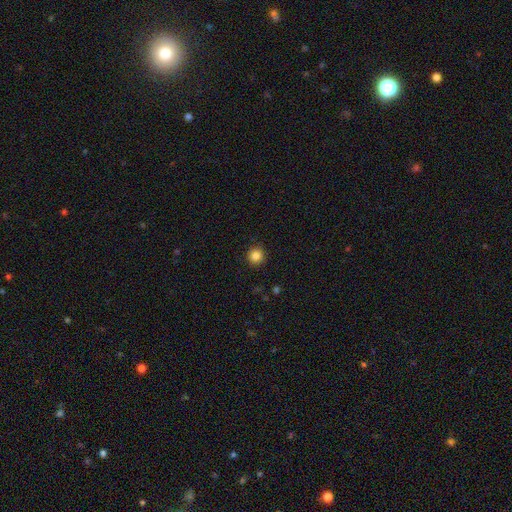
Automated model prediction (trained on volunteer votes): This is clearly a smooth galaxy (85%). How rounded: clearly round (95%). Merging: clearly none (91%).